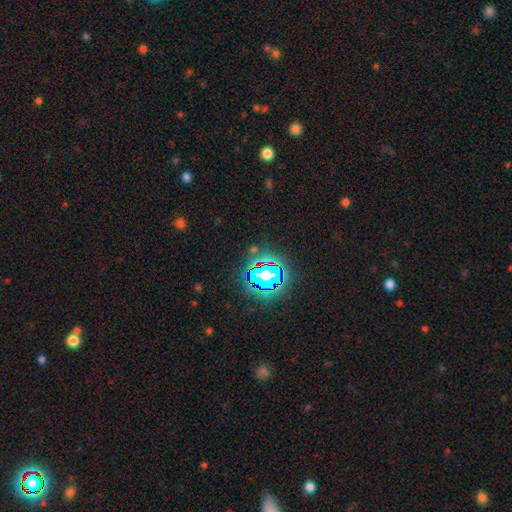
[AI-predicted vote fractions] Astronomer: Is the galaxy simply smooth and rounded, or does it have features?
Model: star or artifact — 81%.